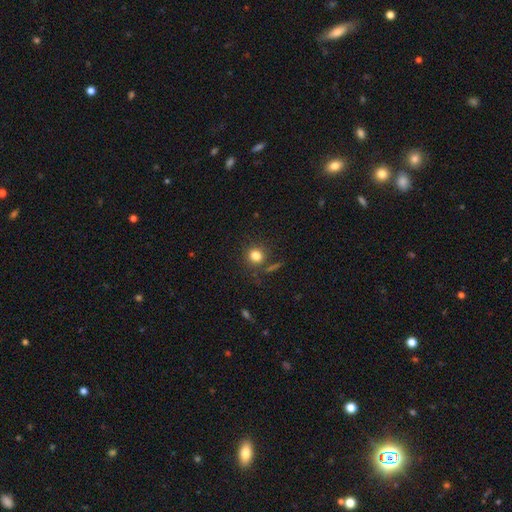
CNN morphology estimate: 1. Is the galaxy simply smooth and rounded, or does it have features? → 80% smooth, 13% star or artifact, 7% featured or disk.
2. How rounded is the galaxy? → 86% round, 13% in between, 1% cigar-shaped.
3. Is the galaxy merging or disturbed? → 79% none, 11% minor disturbance, 5% merger, 5% major disturbance.